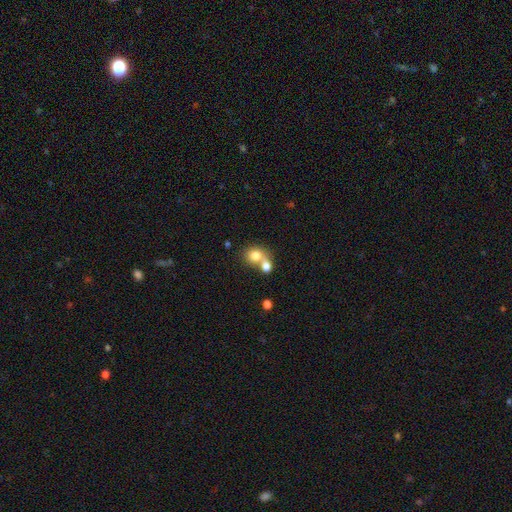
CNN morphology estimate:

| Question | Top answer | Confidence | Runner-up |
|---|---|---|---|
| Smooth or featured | smooth | 76% | featured or disk (14%) |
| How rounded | round | 68% | in between (32%) |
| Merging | merger | 60% | none (30%) |